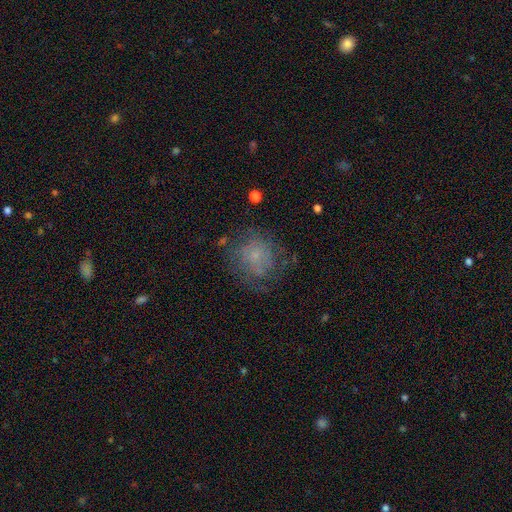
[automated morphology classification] Q: Smooth or featured?
A: smooth (46%); runner-up: featured or disk (41%)
Q: Merging?
A: none (57%); runner-up: minor disturbance (21%)